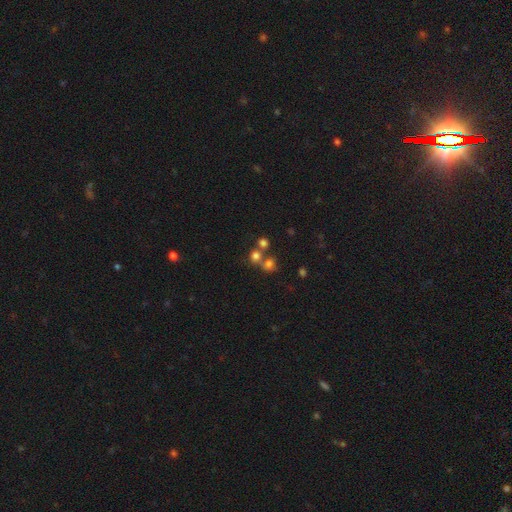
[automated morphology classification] Smooth or featured? Predicted: smooth (p=0.69). How rounded? Predicted: round (p=0.83). Merging? Predicted: none (p=0.49).